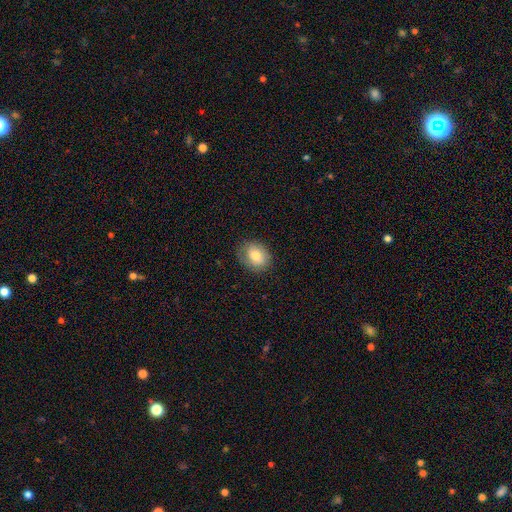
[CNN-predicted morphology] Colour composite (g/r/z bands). It shows a smooth galaxy with no disk features (79%) that is in between round and cigar-shaped (59%). Merging: none (77%).